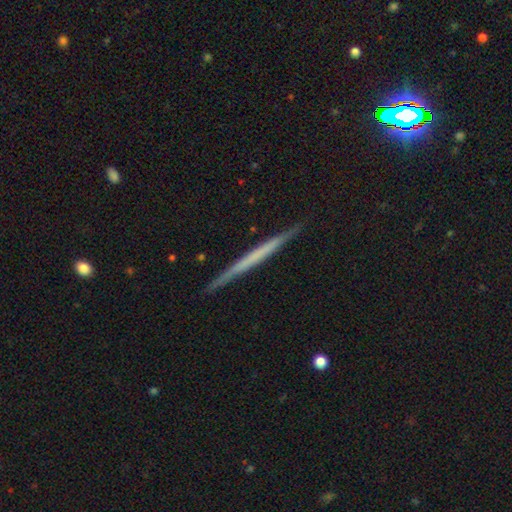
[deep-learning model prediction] The model was most divided on "smooth or featured": featured or disk: 56%, smooth: 37%, star or artifact: 7%. More confident: edge-on disk — yes (97%); edge-on bulge — none (92%); merging — none (91%).